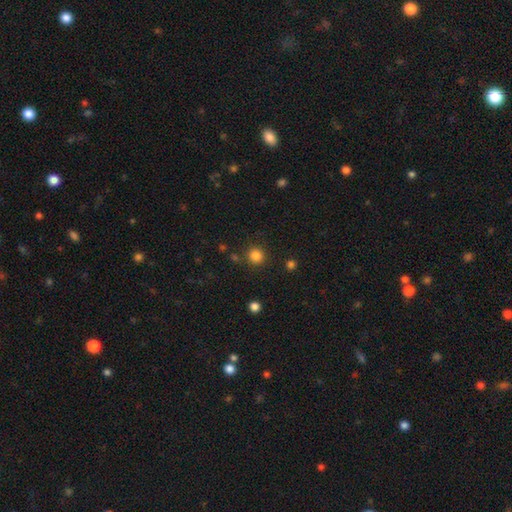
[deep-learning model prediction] Overall: smooth (84%). How rounded: round (94%). Merging: none (88%).